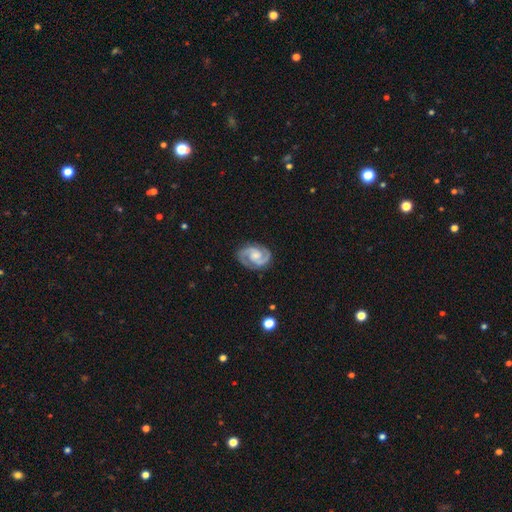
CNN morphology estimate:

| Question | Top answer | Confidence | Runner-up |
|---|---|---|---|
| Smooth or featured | featured or disk | 90% | smooth (6%) |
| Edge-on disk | no | 98% | yes (2%) |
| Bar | no | 50% | weak (40%) |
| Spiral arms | yes | 98% | no (2%) |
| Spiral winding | medium | 52% | tight (39%) |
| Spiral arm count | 2 | 93% | can't tell (2%) |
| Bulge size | moderate | 42% | small (30%) |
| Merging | none | 83% | minor disturbance (12%) |